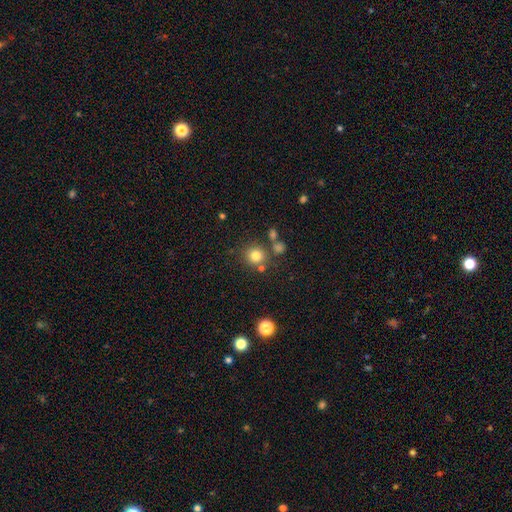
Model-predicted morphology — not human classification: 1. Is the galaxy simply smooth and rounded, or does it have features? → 78% smooth, 14% star or artifact, 8% featured or disk.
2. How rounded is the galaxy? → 90% round, 9% in between, 1% cigar-shaped.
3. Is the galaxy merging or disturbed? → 76% none, 11% merger, 9% minor disturbance, 4% major disturbance.